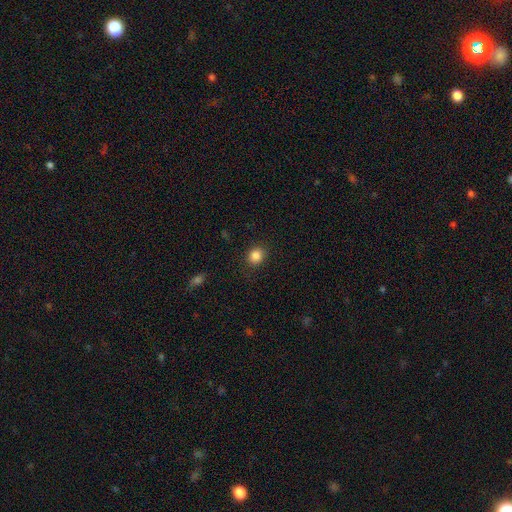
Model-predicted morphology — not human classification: Smooth or featured?
  - smooth: 85% *
  - star or artifact: 11%
  - featured or disk: 4%
How rounded?
  - round: 75% *
  - in between: 24%
  - cigar-shaped: 1%
Merging?
  - none: 88% *
  - minor disturbance: 8%
  - major disturbance: 3%
  - merger: 1%